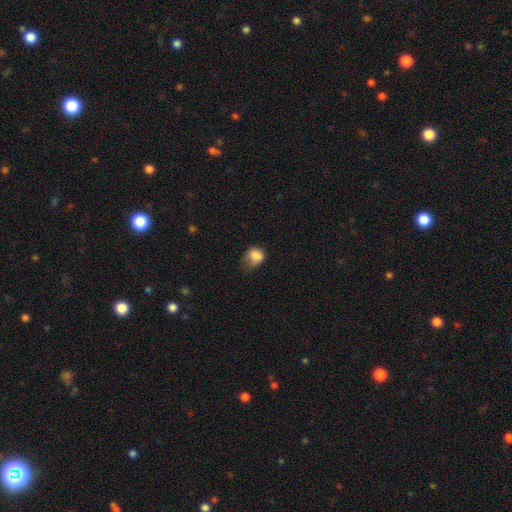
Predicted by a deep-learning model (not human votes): Q: Smooth or featured?
A: smooth (80%); runner-up: featured or disk (11%)
Q: How rounded?
A: in between (57%); runner-up: round (41%)
Q: Merging?
A: minor disturbance (40%); runner-up: major disturbance (31%)